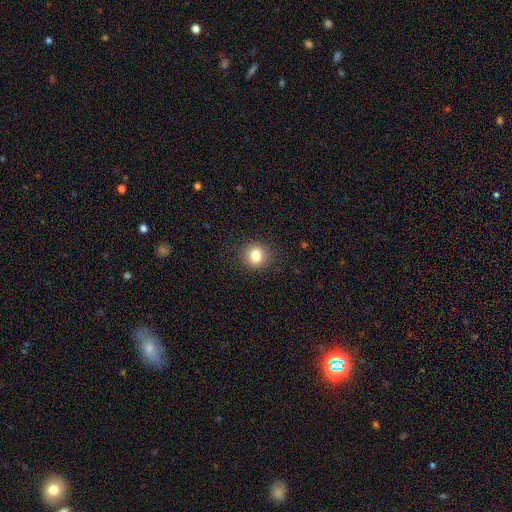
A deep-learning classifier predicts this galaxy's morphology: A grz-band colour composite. It shows a smooth galaxy with no disk features (82%) that is round (85%). Merging: none (90%).